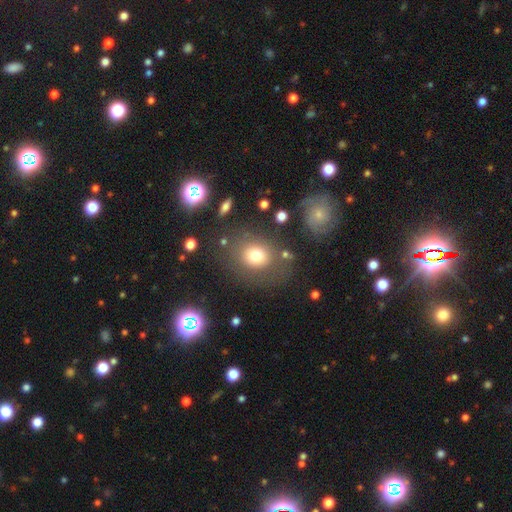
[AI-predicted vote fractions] Smooth or featured?
  - smooth: 72% *
  - featured or disk: 15%
  - star or artifact: 13%
How rounded?
  - round: 64% *
  - in between: 35%
  - cigar-shaped: 1%
Merging?
  - none: 71% *
  - minor disturbance: 14%
  - major disturbance: 9%
  - merger: 6%